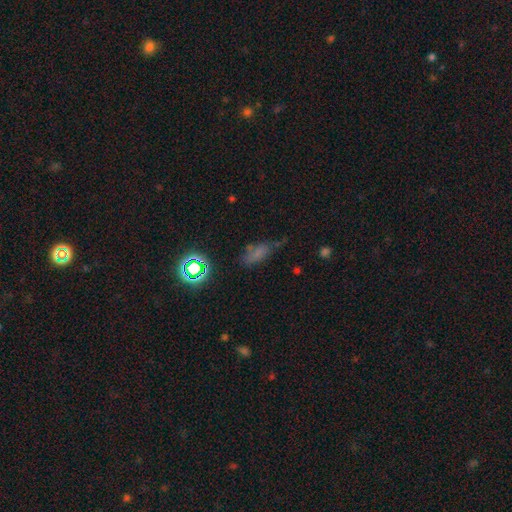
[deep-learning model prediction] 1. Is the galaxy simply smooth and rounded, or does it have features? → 52% smooth, 32% star or artifact, 17% featured or disk.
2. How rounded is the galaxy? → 63% in between, 24% cigar-shaped, 13% round.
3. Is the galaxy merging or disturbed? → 57% none, 26% minor disturbance, 13% major disturbance, 5% merger.